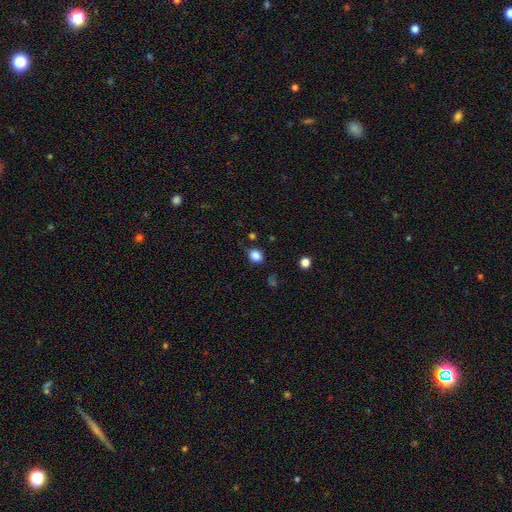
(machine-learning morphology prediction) smooth_or_featured: smooth (p=0.84) [alt: star or artifact p=0.11]
how_rounded: round (p=0.56) [alt: in between p=0.43]
merging: none (p=0.80) [alt: minor disturbance p=0.14]